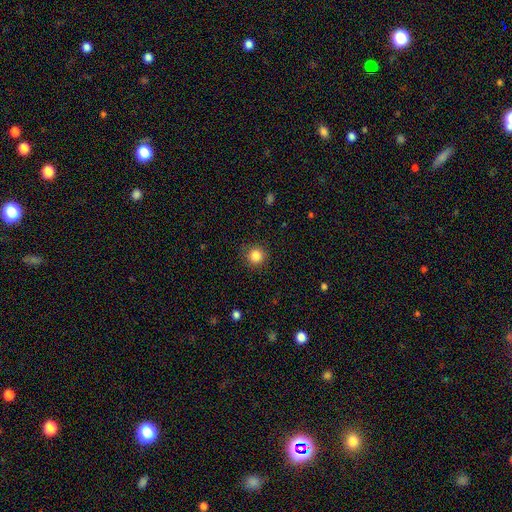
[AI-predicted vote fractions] Overall: smooth (85%). How rounded: round (94%). Merging: none (88%).